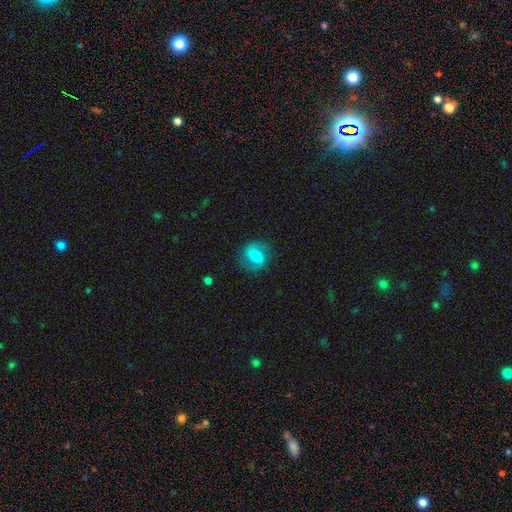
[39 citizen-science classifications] Smooth or featured? 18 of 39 (46%) said featured or disk. Edge-on disk? 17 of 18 (94%) said no. Bar? 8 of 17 (47%) said weak. Spiral arms? 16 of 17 (94%) said yes. Spiral winding? 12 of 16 (75%) said loose. Spiral arm count? 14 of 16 (88%) said 2. Bulge size? 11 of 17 (65%) said moderate. Merging? 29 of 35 (83%) said none.